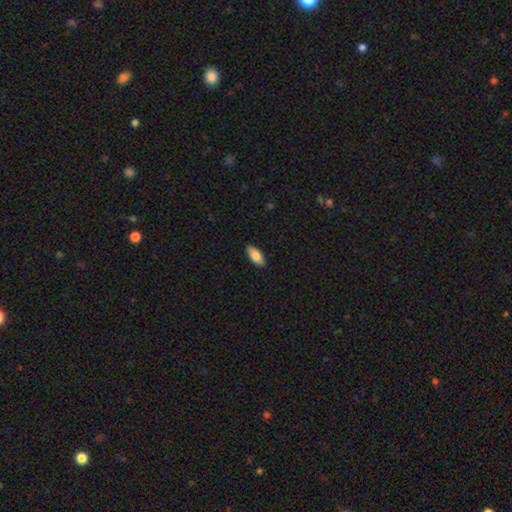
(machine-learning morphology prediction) Q: Smooth or featured?
A: smooth (78%); runner-up: featured or disk (16%)
Q: How rounded?
A: in between (88%); runner-up: cigar-shaped (10%)
Q: Merging?
A: none (89%); runner-up: minor disturbance (9%)